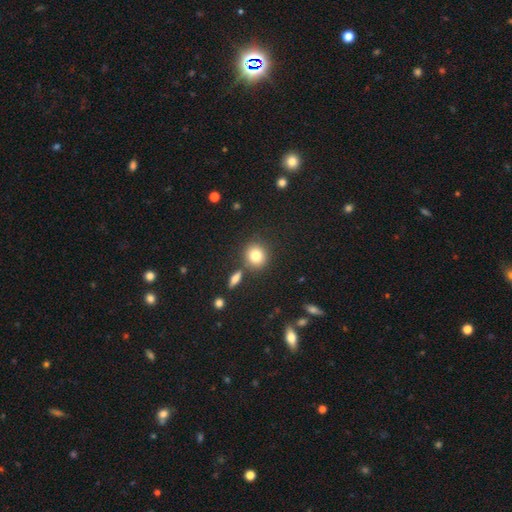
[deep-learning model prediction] This appears to be a smooth galaxy with no disk features (82%) that is round (82%). Merging: none (78%).